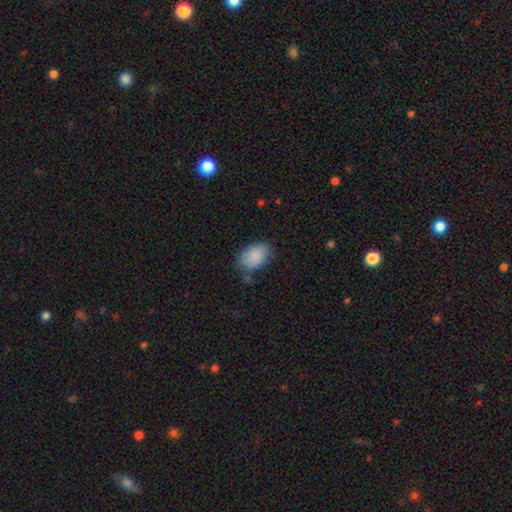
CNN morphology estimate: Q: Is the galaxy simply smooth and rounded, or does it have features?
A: smooth — 88%.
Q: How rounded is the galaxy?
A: in between — 88%.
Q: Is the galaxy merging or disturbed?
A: none — 74%.